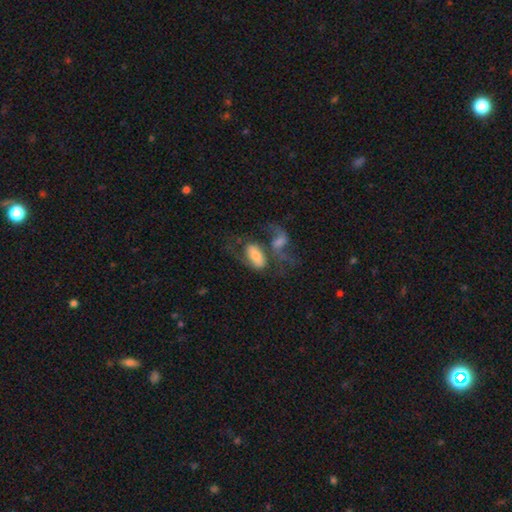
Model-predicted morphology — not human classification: smooth-or-featured: smooth: 49% | featured or disk: 43% | star or artifact: 8%
  merging: merger: 53% | major disturbance: 19% | none: 18% | minor disturbance: 10%